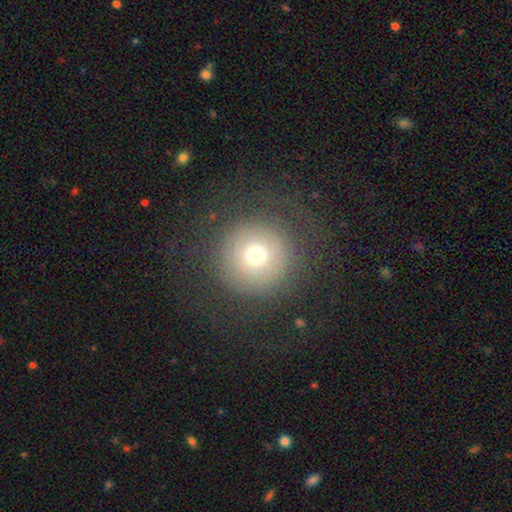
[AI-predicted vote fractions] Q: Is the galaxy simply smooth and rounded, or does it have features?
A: smooth — 66%.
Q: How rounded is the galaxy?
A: round — 96%.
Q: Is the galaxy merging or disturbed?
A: none — 74%.